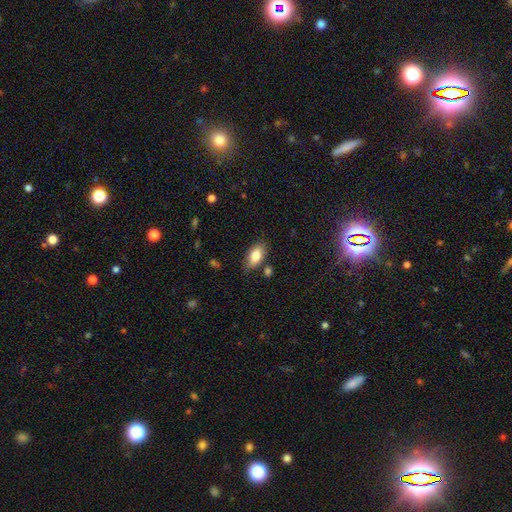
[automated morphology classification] Smooth or featured?
  - smooth: 81% *
  - featured or disk: 12%
  - star or artifact: 7%
How rounded?
  - in between: 90% *
  - cigar-shaped: 5%
  - round: 5%
Merging?
  - none: 80% *
  - minor disturbance: 14%
  - merger: 4%
  - major disturbance: 3%